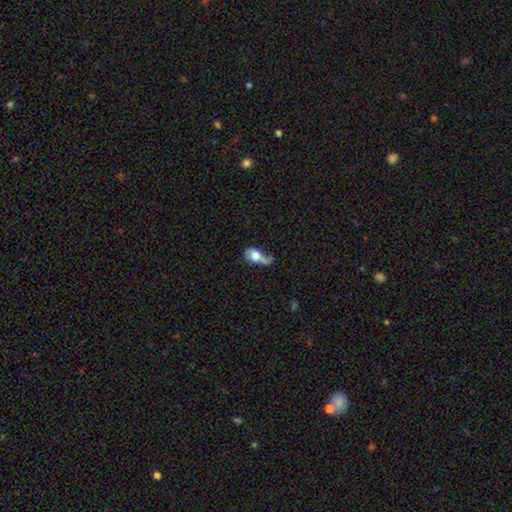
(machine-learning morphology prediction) This is possibly a smooth galaxy (54%). How rounded: likely in between (74%). Merging: marginally major disturbance (42%).